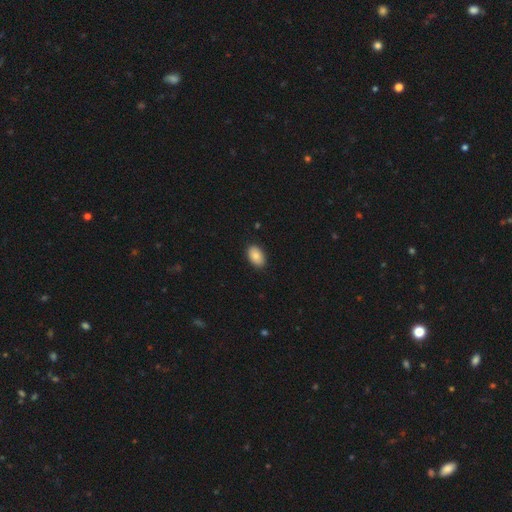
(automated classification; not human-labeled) Smooth or featured?
  - smooth: 87% *
  - star or artifact: 7%
  - featured or disk: 6%
How rounded?
  - in between: 92% *
  - round: 7%
  - cigar-shaped: 1%
Merging?
  - none: 89% *
  - minor disturbance: 8%
  - major disturbance: 2%
  - merger: 1%